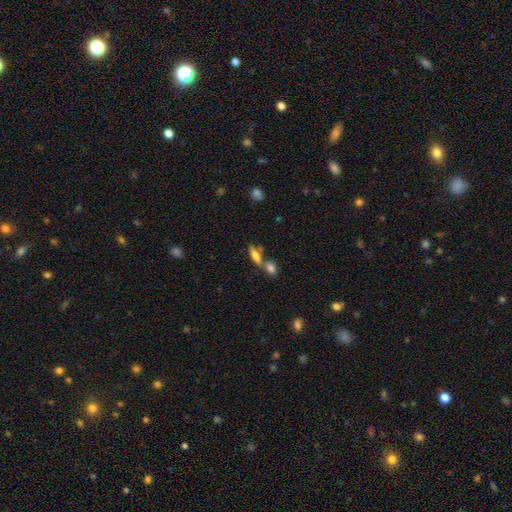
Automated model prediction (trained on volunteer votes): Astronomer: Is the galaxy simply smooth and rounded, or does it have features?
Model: smooth — 72%.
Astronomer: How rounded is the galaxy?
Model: in between — 59% (runner-up: cigar-shaped, 37%).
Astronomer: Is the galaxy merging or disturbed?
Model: none — 44% (runner-up: merger, 43%).